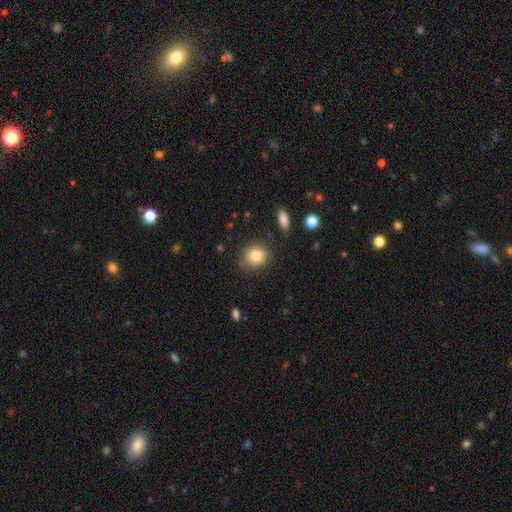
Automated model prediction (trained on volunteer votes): Morphology: type=smooth (84%); roundness=round (76%); merging=none (84%).